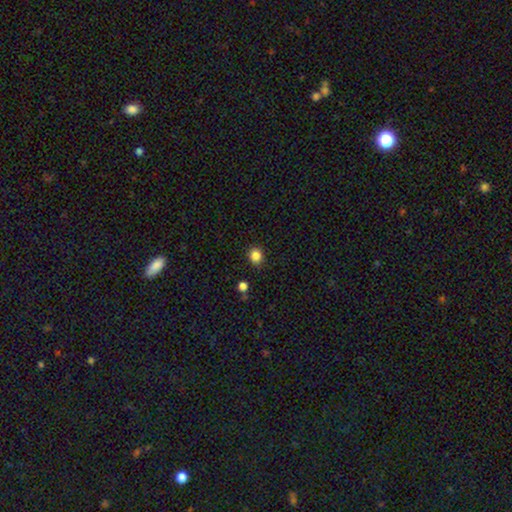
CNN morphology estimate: type=smooth (85%); roundness=round (81%); merging=none (87%).